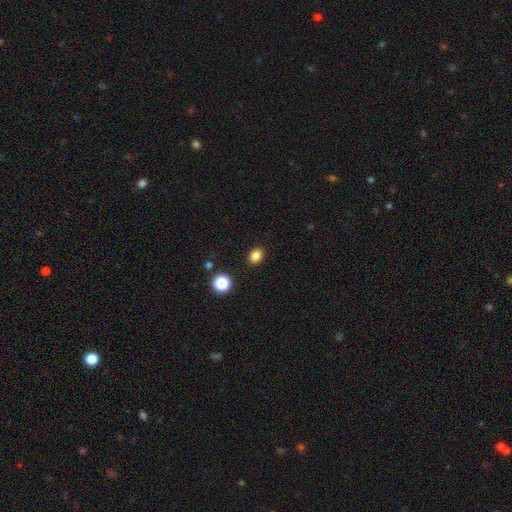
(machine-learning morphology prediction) This appears to be a smooth galaxy with no disk features (83%) that is in between round and cigar-shaped (61%). Merging: none (89%).